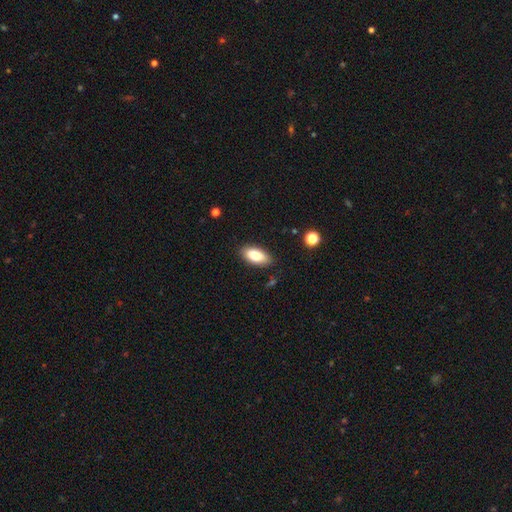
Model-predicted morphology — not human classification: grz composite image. It shows a smooth galaxy with no disk features (86%) that is in between round and cigar-shaped (88%). Merging: none (85%).